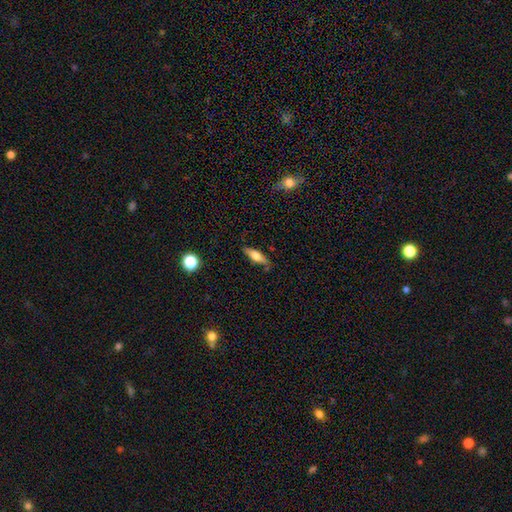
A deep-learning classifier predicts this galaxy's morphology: smooth_or_featured: smooth (p=0.50) [alt: featured or disk p=0.43]
merging: none (p=0.81) [alt: minor disturbance p=0.14]